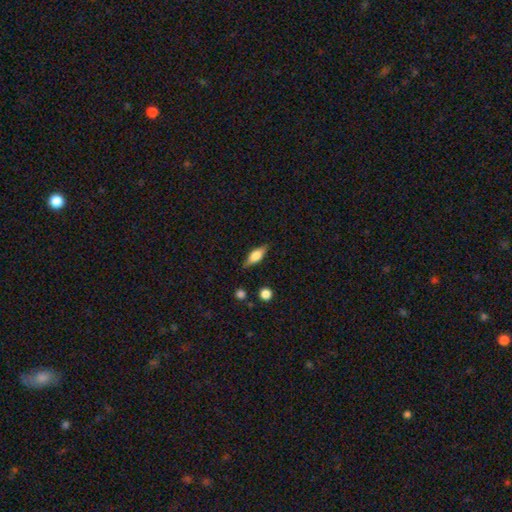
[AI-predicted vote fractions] Overall: smooth (50%; featured or disk 43%). Merging: none (83%).